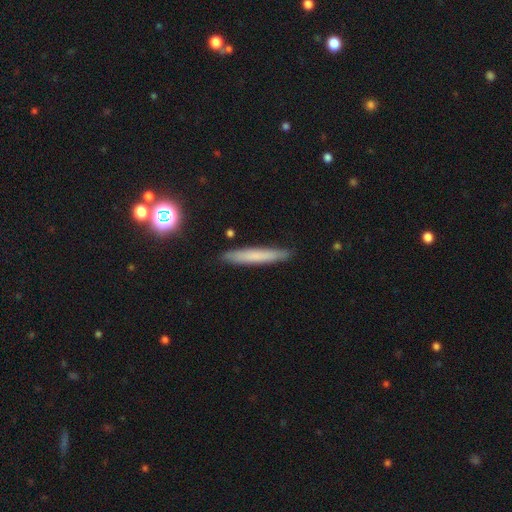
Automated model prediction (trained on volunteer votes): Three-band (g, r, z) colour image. It shows a smooth galaxy with no disk features (68%) that is cigar-shaped (95%). Merging: none (89%).